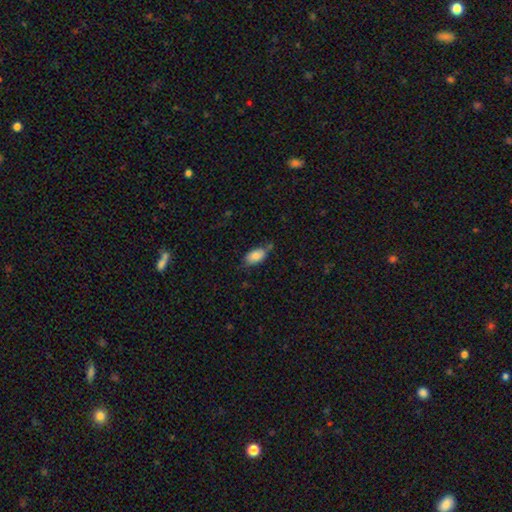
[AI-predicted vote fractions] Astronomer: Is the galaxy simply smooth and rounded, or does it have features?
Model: smooth — 82%.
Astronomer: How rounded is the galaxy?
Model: in between — 93%.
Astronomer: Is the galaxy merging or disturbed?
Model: none — 60%.